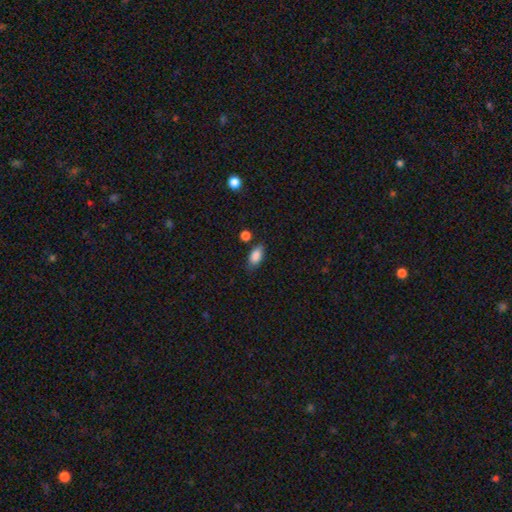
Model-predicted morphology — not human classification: Q: Smooth or featured?
A: smooth (86%); runner-up: star or artifact (8%)
Q: How rounded?
A: in between (88%); runner-up: cigar-shaped (7%)
Q: Merging?
A: none (74%); runner-up: minor disturbance (17%)